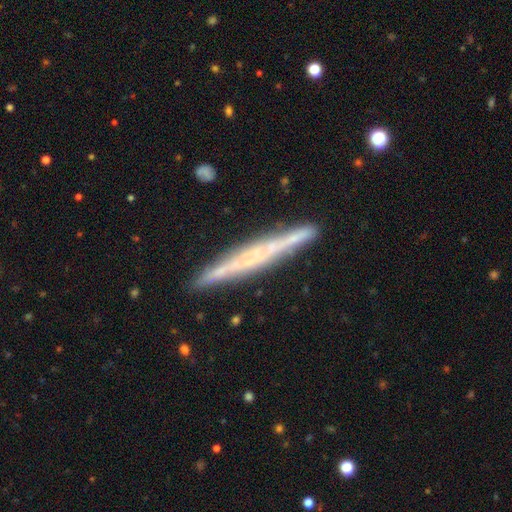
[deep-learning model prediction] Smooth or featured? featured or disk (66%)
Edge-on disk? yes (96%)
Edge-on bulge? none (71%)
Merging? none (88%)